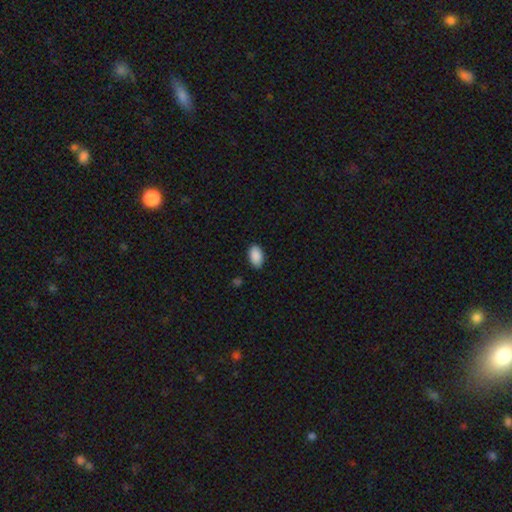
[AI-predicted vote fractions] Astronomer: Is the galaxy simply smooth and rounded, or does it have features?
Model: smooth — 90%.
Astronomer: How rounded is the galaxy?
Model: in between — 94%.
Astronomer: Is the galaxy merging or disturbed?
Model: none — 86%.